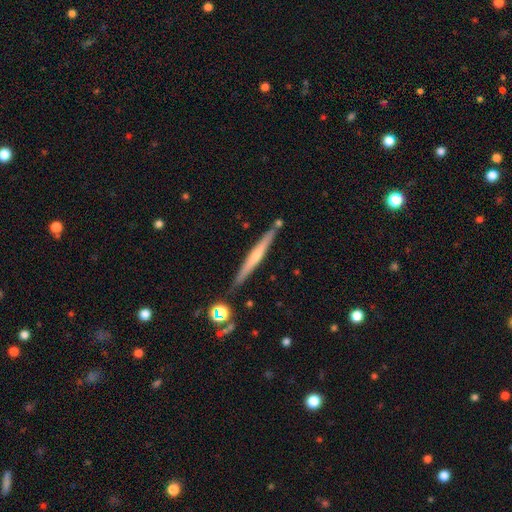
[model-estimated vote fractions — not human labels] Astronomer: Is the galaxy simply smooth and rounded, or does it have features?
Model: featured or disk — 72%.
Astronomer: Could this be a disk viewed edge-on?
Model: yes — 98%.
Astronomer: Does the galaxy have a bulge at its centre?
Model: rounded — 67%.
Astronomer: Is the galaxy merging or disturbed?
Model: none — 87%.